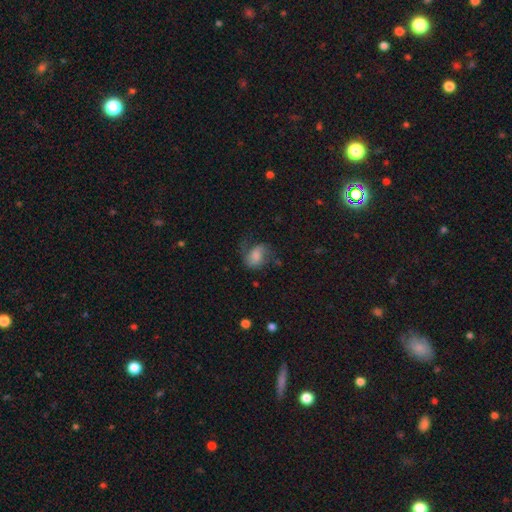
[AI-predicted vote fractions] A smooth galaxy with no disk features (50%).

Vote fractions:
- Smooth or featured? smooth: 50% / featured or disk: 40% / star or artifact: 10%
- Merging? none: 44% / major disturbance: 27% / minor disturbance: 26% / merger: 3%